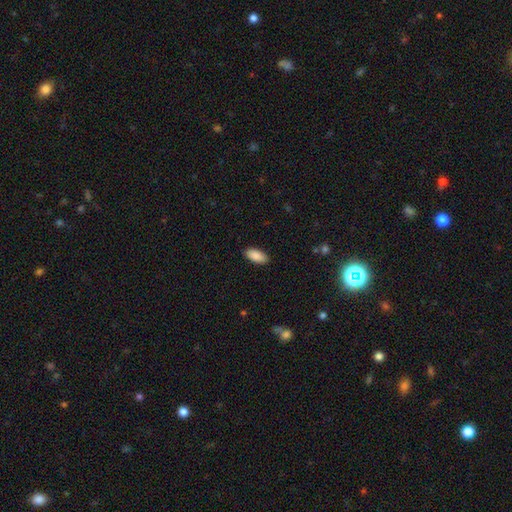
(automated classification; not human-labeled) smooth-or-featured: smooth: 90% | star or artifact: 6% | featured or disk: 4%
  how-rounded: in between: 90% | cigar-shaped: 8% | round: 2%
  merging: none: 89% | minor disturbance: 8% | major disturbance: 2% | merger: 1%